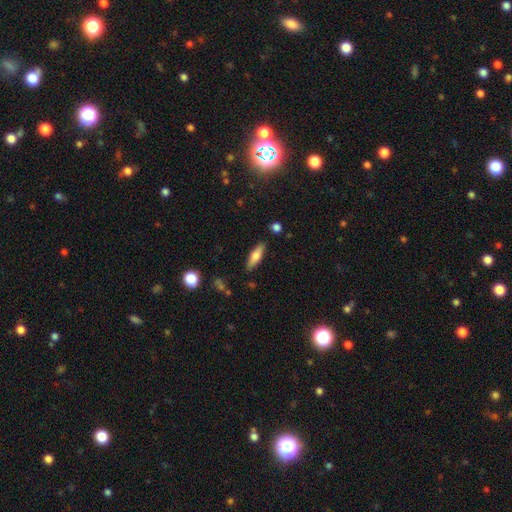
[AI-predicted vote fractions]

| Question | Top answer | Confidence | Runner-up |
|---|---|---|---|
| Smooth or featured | smooth | 69% | featured or disk (24%) |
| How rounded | cigar-shaped | 56% | in between (42%) |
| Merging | none | 86% | minor disturbance (10%) |